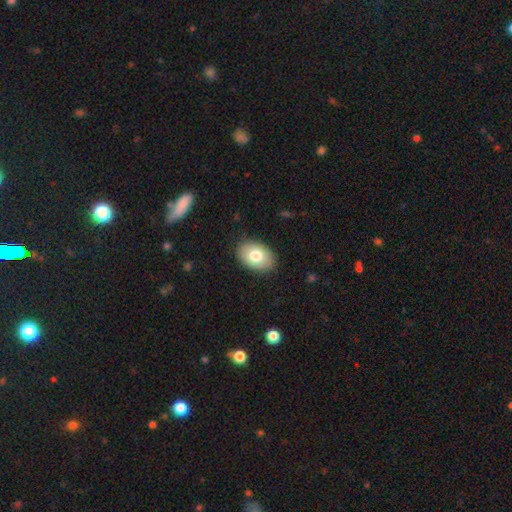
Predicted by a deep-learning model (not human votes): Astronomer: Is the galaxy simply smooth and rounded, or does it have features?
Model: smooth — 78%.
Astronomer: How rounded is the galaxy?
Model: in between — 87%.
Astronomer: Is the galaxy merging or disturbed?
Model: none — 88%.